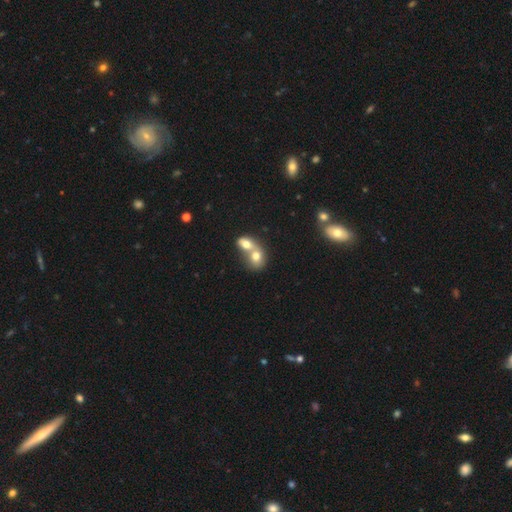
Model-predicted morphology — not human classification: Overall: smooth (64%). How rounded: round (52%; in between 46%). Merging: merger (72%).